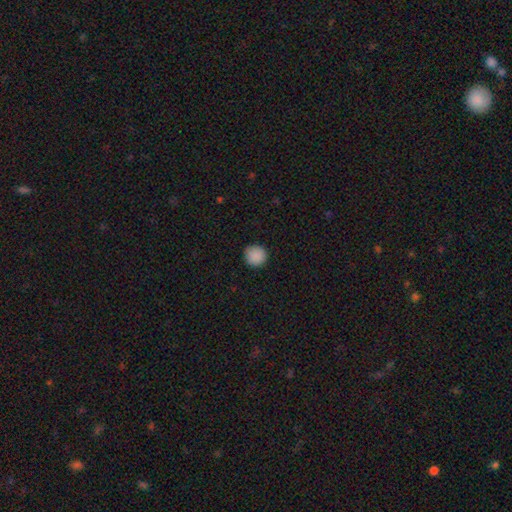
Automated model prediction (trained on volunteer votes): Smooth or featured?
  - smooth: 89% *
  - star or artifact: 9%
  - featured or disk: 2%
How rounded?
  - round: 94% *
  - in between: 5%
  - cigar-shaped: 1%
Merging?
  - none: 91% *
  - minor disturbance: 7%
  - major disturbance: 2%
  - merger: 1%